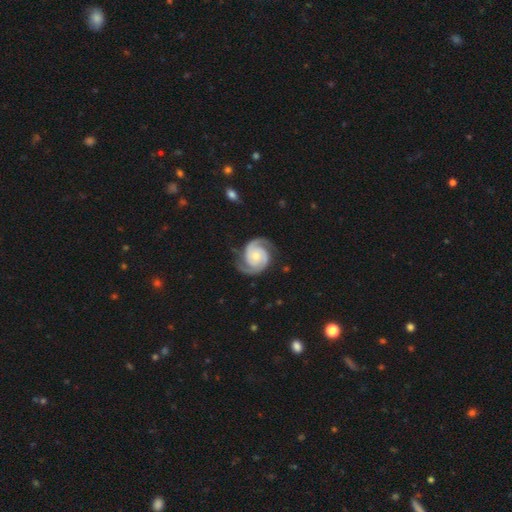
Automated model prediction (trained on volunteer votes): Smooth or featured?
  - featured or disk: 92% *
  - smooth: 5%
  - star or artifact: 4%
Edge-on disk?
  - no: 98% *
  - yes: 2%
Bar?
  - no: 72% *
  - weak: 22%
  - strong: 6%
Spiral arms?
  - yes: 98% *
  - no: 2%
Spiral winding?
  - tight: 50% *
  - medium: 42%
  - loose: 8%
Spiral arm count?
  - 2: 93% *
  - 3: 2%
  - can't tell: 2%
  - 1: 1%
  - 4: 1%
  - more than 4: 1%
Bulge size?
  - small: 51% *
  - moderate: 44%
  - large: 2%
  - none: 2%
  - dominant: 1%
Merging?
  - none: 80% *
  - minor disturbance: 14%
  - major disturbance: 5%
  - merger: 1%